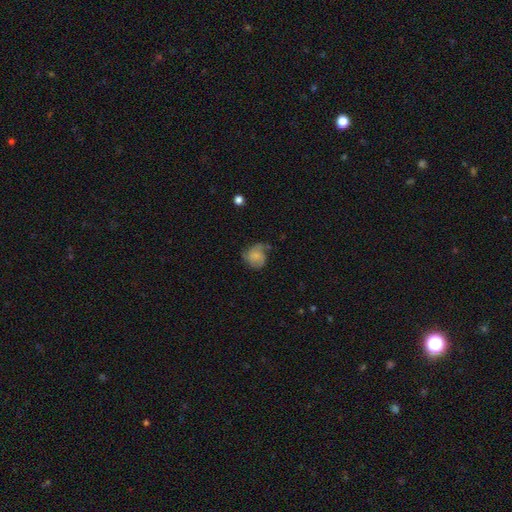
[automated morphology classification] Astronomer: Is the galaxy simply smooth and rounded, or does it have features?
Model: smooth — 52% (runner-up: featured or disk, 39%).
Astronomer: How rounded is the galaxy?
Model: round — 69%.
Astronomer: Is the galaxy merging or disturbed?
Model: none — 48% (runner-up: minor disturbance, 31%).